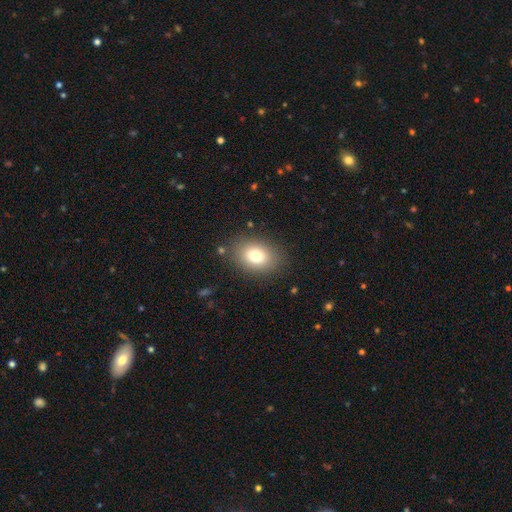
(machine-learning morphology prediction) Overall: smooth (78%). How rounded: in between (72%). Merging: none (83%).